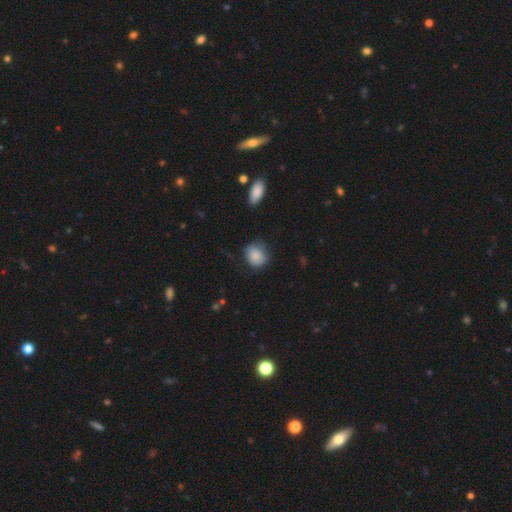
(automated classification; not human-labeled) Smooth or featured? smooth (84%)
How rounded? round (60%)
Merging? none (59%)